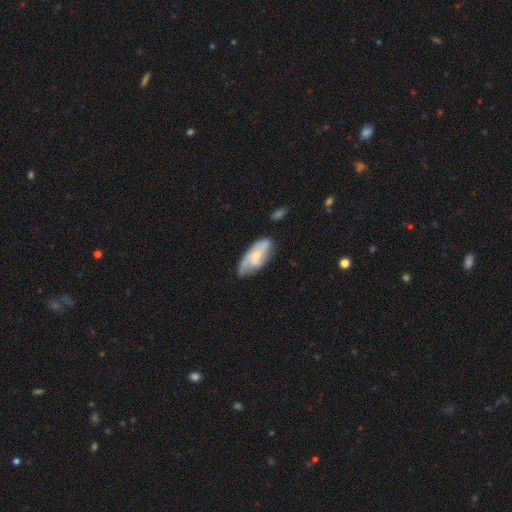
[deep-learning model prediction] The model was most divided on "smooth or featured": featured or disk: 56%, smooth: 37%, star or artifact: 6%. More confident: edge-on disk — no (90%); spiral arms — yes (80%); bar — no (66%); bulge size — small (59%); merging — none (58%).